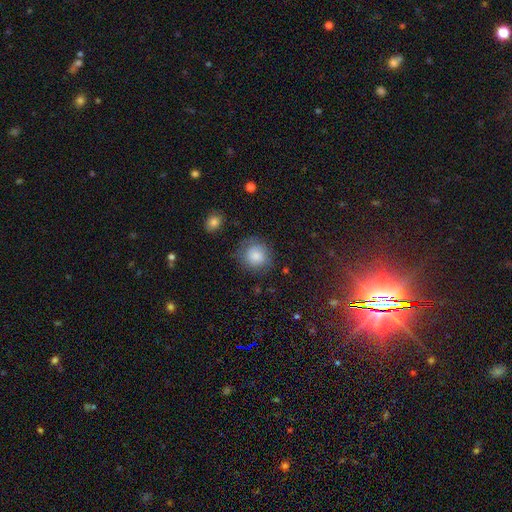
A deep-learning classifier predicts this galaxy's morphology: Smooth or featured? smooth (77%)
How rounded? round (86%)
Merging? none (72%)